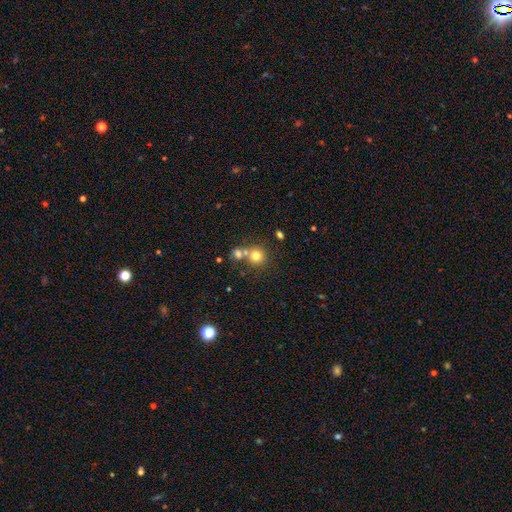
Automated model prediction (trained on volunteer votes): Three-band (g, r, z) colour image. It shows a smooth galaxy with no disk features (74%) that is round (90%). Merging: none (56%).